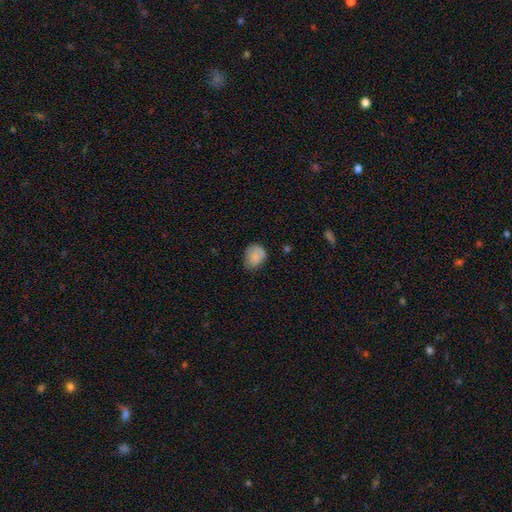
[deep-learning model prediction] Smooth or featured? Predicted: smooth (p=0.81). How rounded? Predicted: round (p=0.55). Merging? Predicted: none (p=0.63).